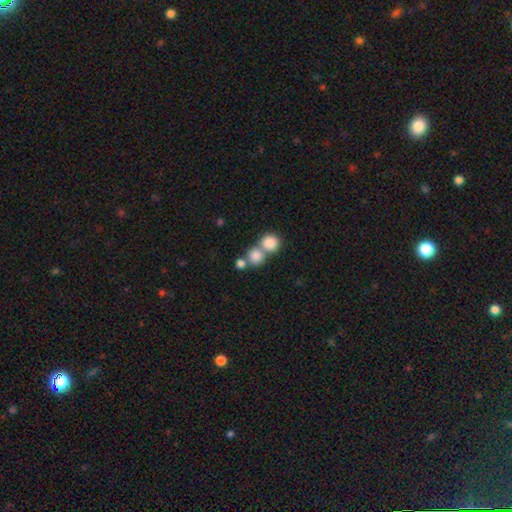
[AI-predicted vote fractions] This appears to be a smooth galaxy with no disk features (81%) that is round (85%). Merging: merger (50%).